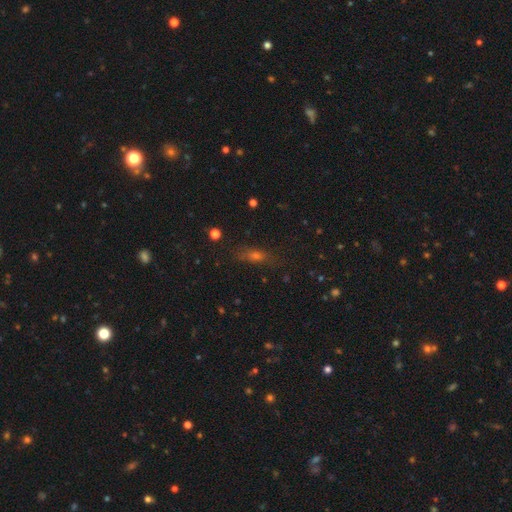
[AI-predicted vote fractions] This is possibly a smooth galaxy (51%). How rounded: possibly cigar-shaped (46%). Merging: likely none (79%).